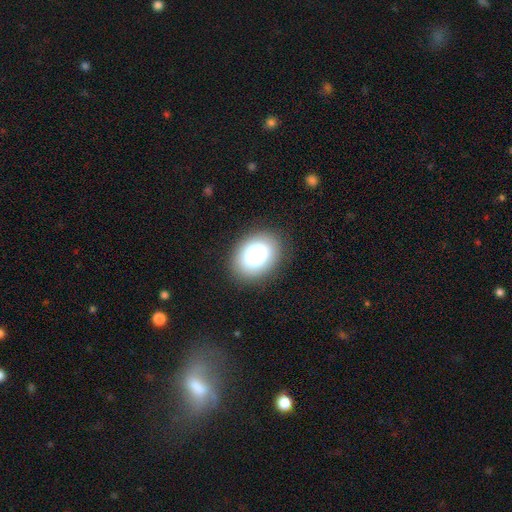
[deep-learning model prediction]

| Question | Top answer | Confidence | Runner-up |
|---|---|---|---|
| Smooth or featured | smooth | 79% | featured or disk (12%) |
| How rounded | in between | 59% | round (40%) |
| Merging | none | 84% | minor disturbance (11%) |